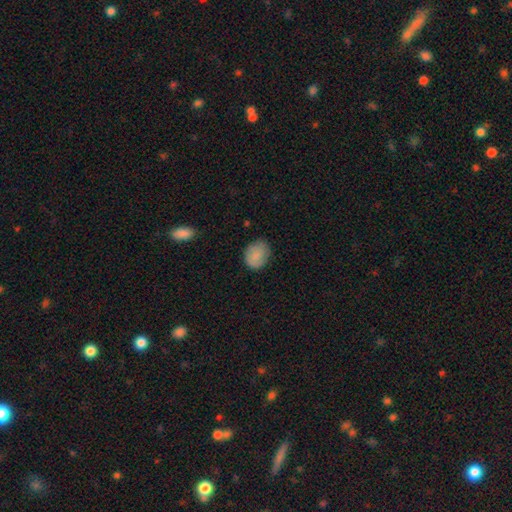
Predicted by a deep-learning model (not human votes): Q: Smooth or featured?
A: smooth (84%); runner-up: featured or disk (8%)
Q: How rounded?
A: round (54%); runner-up: in between (45%)
Q: Merging?
A: none (76%); runner-up: minor disturbance (19%)